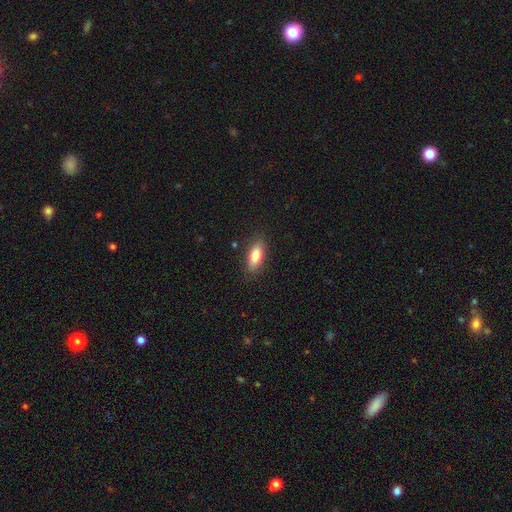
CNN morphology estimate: A smooth galaxy with no disk features (79%) that is in between round and cigar-shaped (73%).

Vote fractions:
- Smooth or featured? smooth: 79% / featured or disk: 14% / star or artifact: 7%
- How rounded? in between: 73% / cigar-shaped: 24% / round: 3%
- Merging? none: 87% / minor disturbance: 10% / major disturbance: 2% / merger: 1%